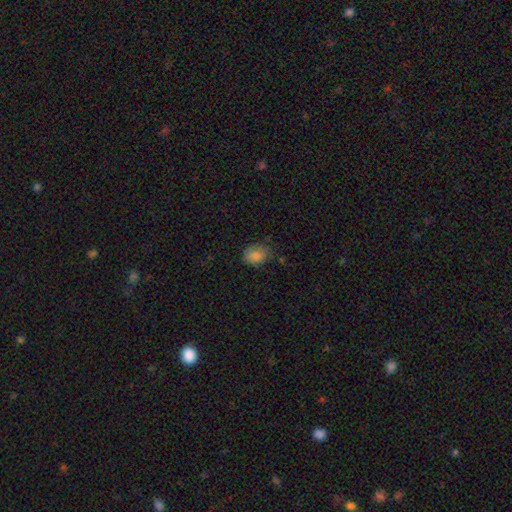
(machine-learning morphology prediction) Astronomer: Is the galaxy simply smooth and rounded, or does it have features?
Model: smooth — 84%.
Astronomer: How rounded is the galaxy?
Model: in between — 57% (runner-up: round, 42%).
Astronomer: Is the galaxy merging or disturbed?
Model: none — 70%.